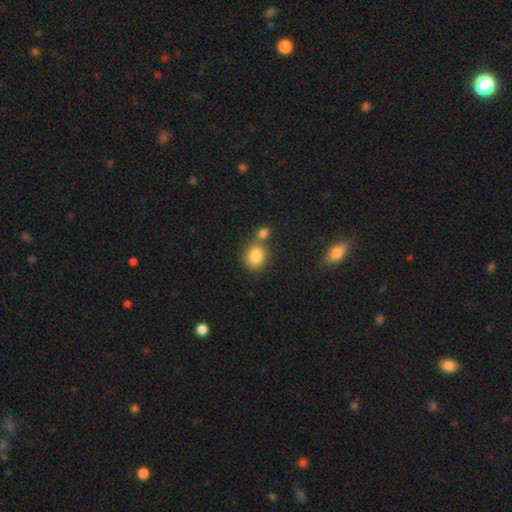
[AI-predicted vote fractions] Smooth or featured: smooth — 83% (star or artifact — 10%)
How rounded: round — 70% (in between — 29%)
Merging: none — 52% (merger — 33%)